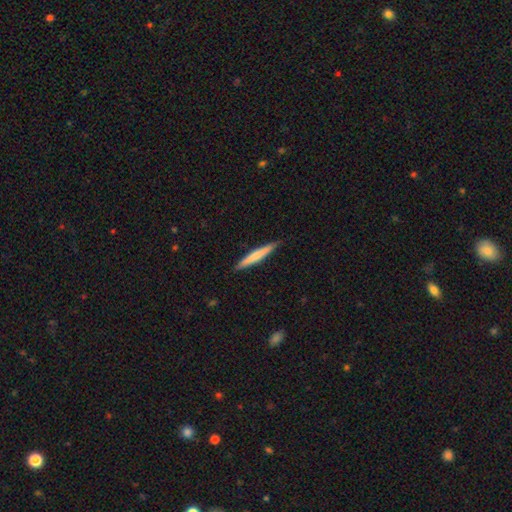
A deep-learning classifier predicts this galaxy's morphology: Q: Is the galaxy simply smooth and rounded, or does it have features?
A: smooth — 59%.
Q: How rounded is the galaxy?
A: cigar-shaped — 95%.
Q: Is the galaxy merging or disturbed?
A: none — 88%.